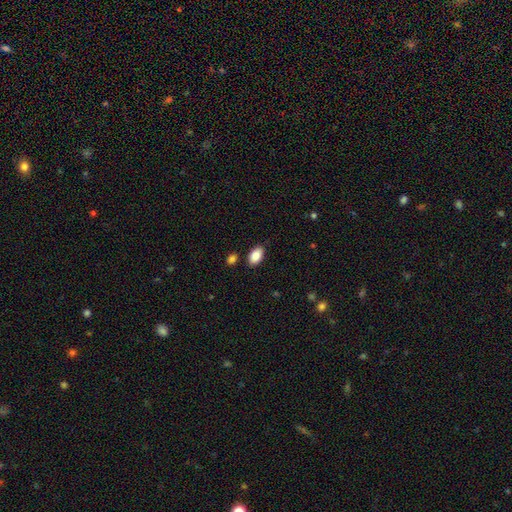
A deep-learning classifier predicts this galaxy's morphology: A smooth galaxy with no disk features (88%) that is in between round and cigar-shaped (93%). Merging: none (84%).